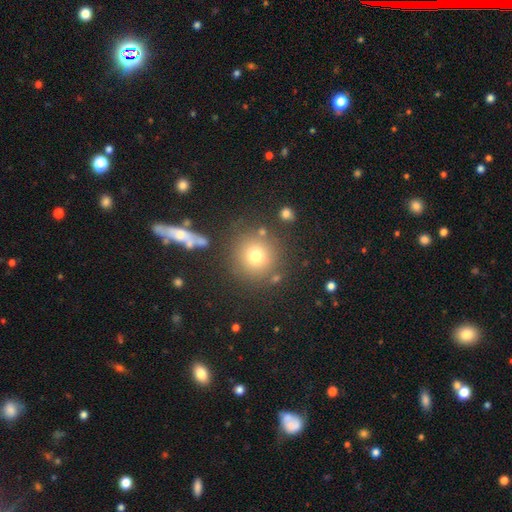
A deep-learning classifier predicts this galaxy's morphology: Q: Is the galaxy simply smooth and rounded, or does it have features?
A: smooth — 73%.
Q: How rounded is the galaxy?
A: round — 93%.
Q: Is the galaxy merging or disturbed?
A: none — 81%.